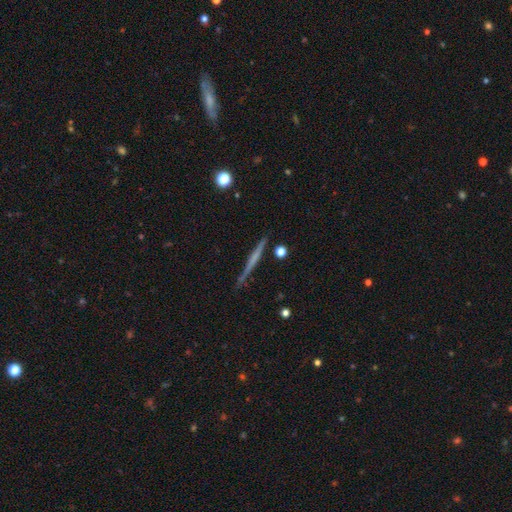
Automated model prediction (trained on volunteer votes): A featured or disk galaxy (59%) viewed edge-on (98%) with no central bulge (75%). Merging: none (88%).